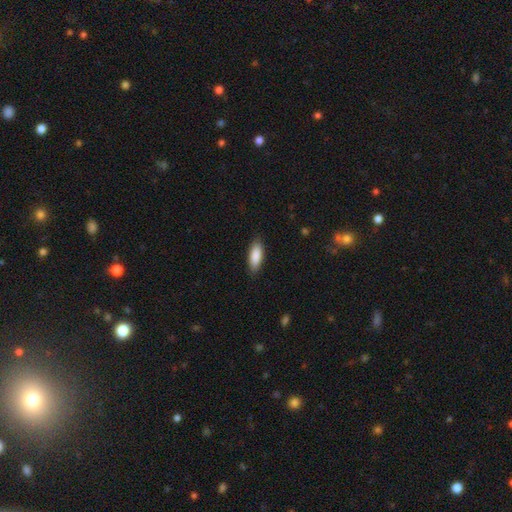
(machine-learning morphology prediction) This is clearly a smooth galaxy (88%). How rounded: likely in between (71%). Merging: clearly none (86%).